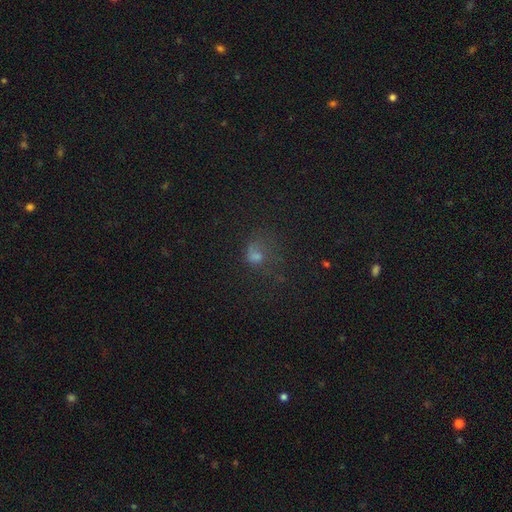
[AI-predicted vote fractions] This is possibly a smooth galaxy (53%). How rounded: likely round (63%). Merging: marginally none (44%).